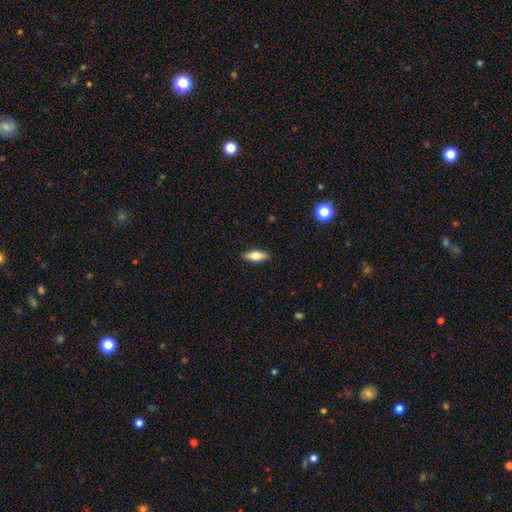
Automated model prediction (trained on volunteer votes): Morphology: type=smooth (72%); roundness=in between (67%); merging=none (88%).